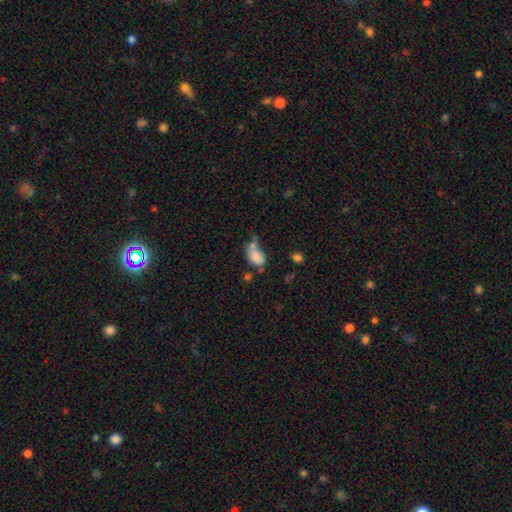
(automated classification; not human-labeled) A smooth galaxy with no disk features (79%) that is in between round and cigar-shaped (86%). Merging: none (32%).